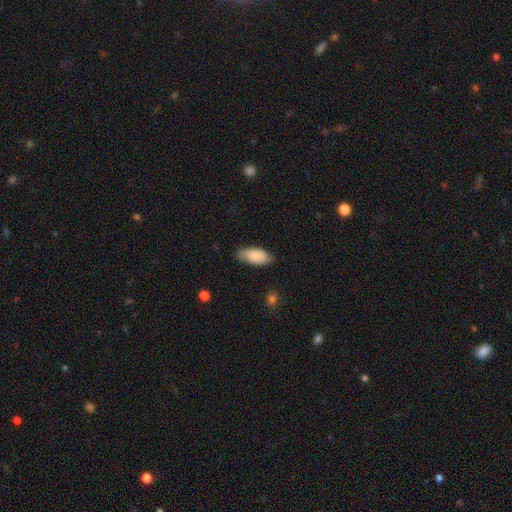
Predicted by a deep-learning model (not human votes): Smooth or featured?
  - smooth: 85% *
  - featured or disk: 9%
  - star or artifact: 6%
How rounded?
  - in between: 90% *
  - cigar-shaped: 8%
  - round: 2%
Merging?
  - none: 76% *
  - minor disturbance: 19%
  - major disturbance: 3%
  - merger: 1%